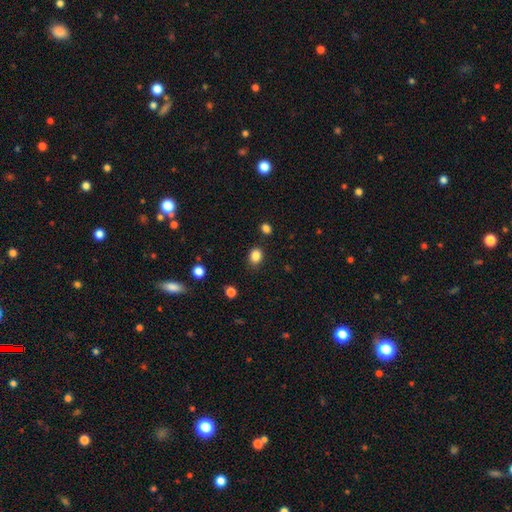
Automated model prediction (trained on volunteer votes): A smooth galaxy with no disk features (85%) that is round (50%).

Vote fractions:
- Smooth or featured? smooth: 85% / star or artifact: 11% / featured or disk: 4%
- How rounded? round: 50% / in between: 49% / cigar-shaped: 1%
- Merging? none: 84% / minor disturbance: 11% / major disturbance: 3% / merger: 3%